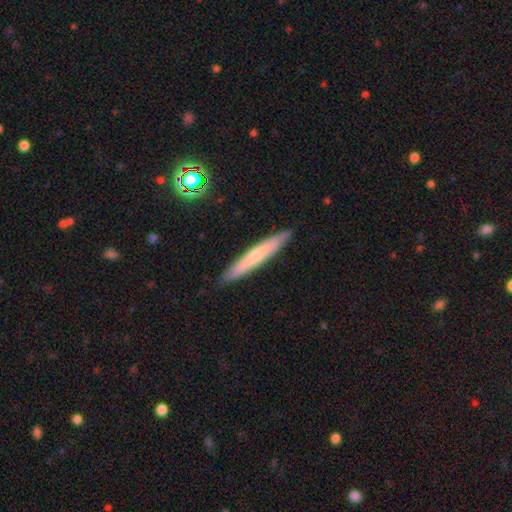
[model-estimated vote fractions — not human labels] Smooth or featured? smooth (57%)
How rounded? cigar-shaped (95%)
Merging? none (90%)